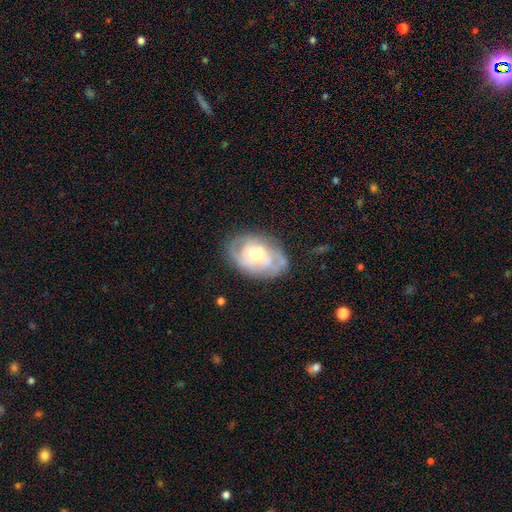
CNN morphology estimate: Overall: featured or disk (65%; smooth 28%). Edge-on disk: no (96%). Bar: no (56%; weak 36%). Spiral arms: yes (73%). Bulge size: moderate (44%; small 39%). Merging: none (66%).